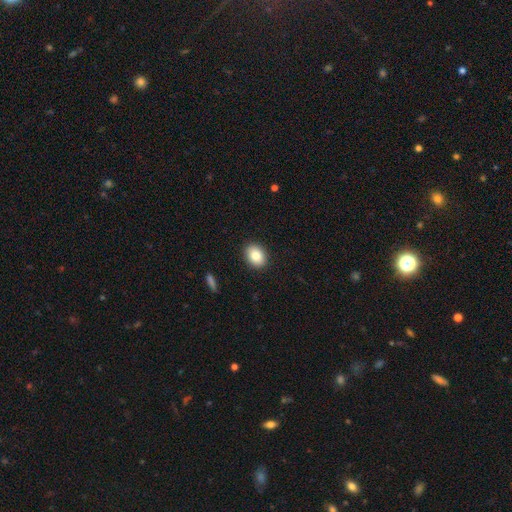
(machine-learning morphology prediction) Overall: smooth (84%). How rounded: in between (68%; round 31%). Merging: none (90%).